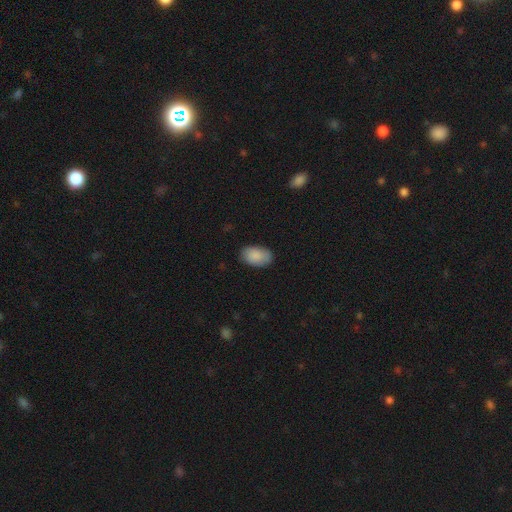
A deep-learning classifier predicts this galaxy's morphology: smooth_or_featured: smooth (p=0.88) [alt: featured or disk p=0.06]
how_rounded: in between (p=0.93) [alt: round p=0.06]
merging: none (p=0.83) [alt: minor disturbance p=0.14]